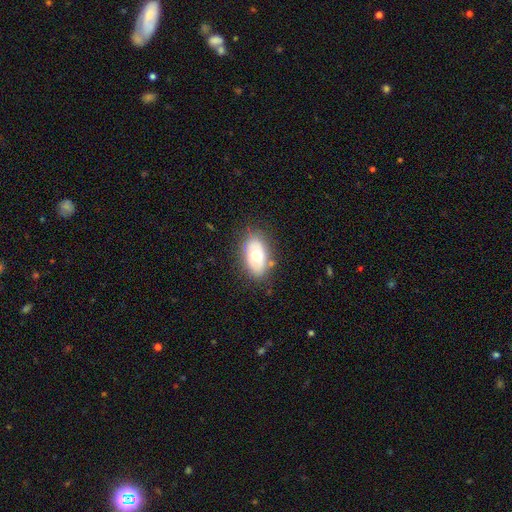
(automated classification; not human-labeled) Smooth or featured? smooth (56%)
How rounded? in between (89%)
Merging? none (76%)